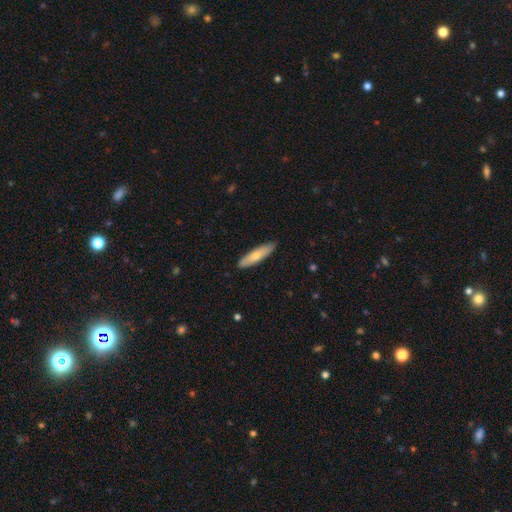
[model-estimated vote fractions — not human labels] smooth-or-featured: smooth: 66% | featured or disk: 29% | star or artifact: 5%
  how-rounded: cigar-shaped: 75% | in between: 23% | round: 2%
  merging: none: 88% | minor disturbance: 9% | major disturbance: 2% | merger: 1%